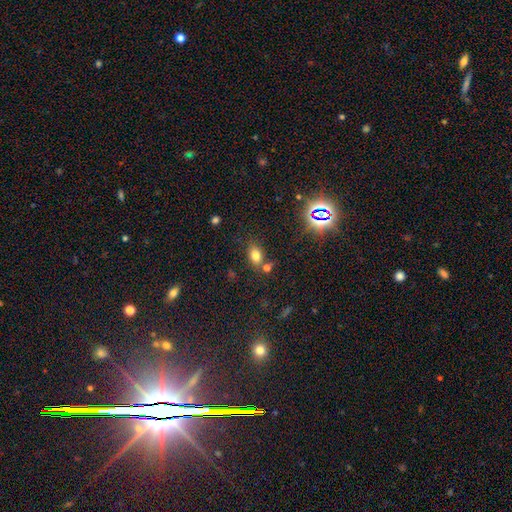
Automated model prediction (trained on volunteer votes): A smooth galaxy with no disk features (75%) that is in between round and cigar-shaped (78%).

Vote fractions:
- Smooth or featured? smooth: 75% / star or artifact: 16% / featured or disk: 9%
- How rounded? in between: 78% / round: 20% / cigar-shaped: 2%
- Merging? none: 67% / merger: 16% / minor disturbance: 13% / major disturbance: 4%